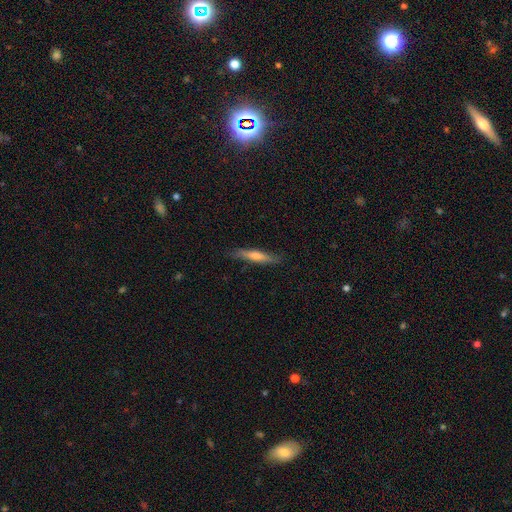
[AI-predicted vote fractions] Smooth or featured: featured or disk — 50% (smooth — 43%)
Edge-on disk: yes — 93% (no — 7%)
Merging: none — 85% (minor disturbance — 12%)